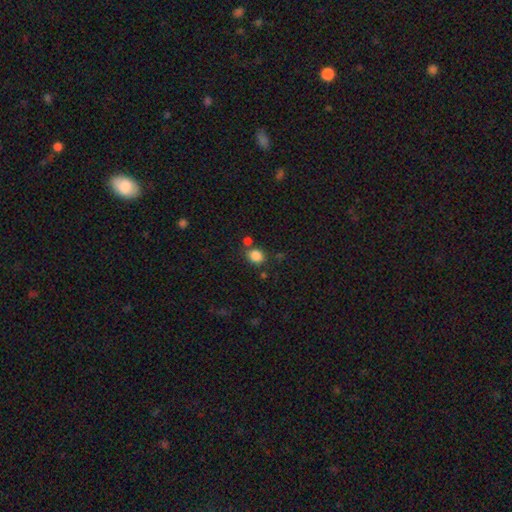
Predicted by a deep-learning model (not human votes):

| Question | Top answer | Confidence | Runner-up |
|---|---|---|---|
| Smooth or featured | smooth | 85% | star or artifact (11%) |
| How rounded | round | 63% | in between (36%) |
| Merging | none | 69% | merger (16%) |